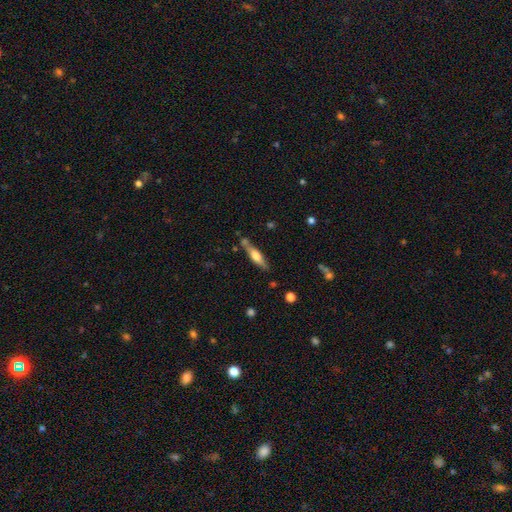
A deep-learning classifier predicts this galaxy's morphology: Smooth or featured? smooth (48%)
Merging? none (70%)